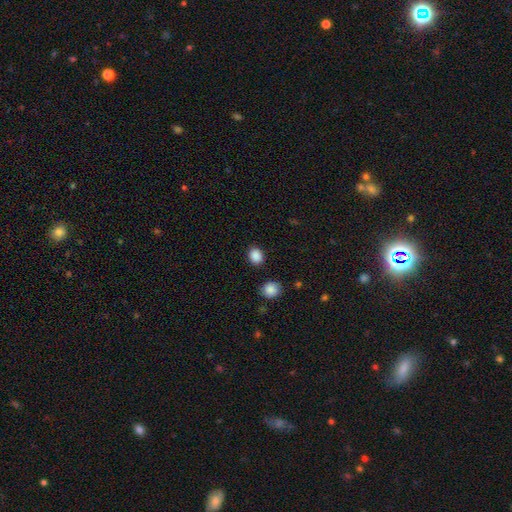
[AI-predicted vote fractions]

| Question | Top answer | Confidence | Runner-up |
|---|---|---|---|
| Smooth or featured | smooth | 88% | star or artifact (9%) |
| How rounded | round | 54% | in between (45%) |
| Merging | none | 87% | minor disturbance (8%) |